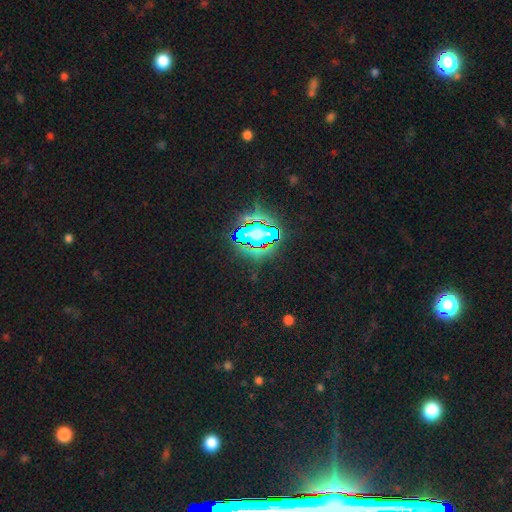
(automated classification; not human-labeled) A star or artifact, not a galaxy (70%).